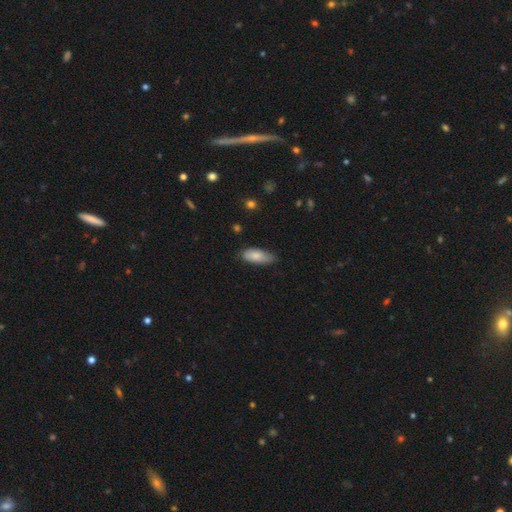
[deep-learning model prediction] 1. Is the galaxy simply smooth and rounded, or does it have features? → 81% smooth, 13% featured or disk, 6% star or artifact.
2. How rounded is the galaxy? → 79% in between, 19% cigar-shaped, 2% round.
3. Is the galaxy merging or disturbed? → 63% none, 31% minor disturbance, 5% major disturbance, 2% merger.